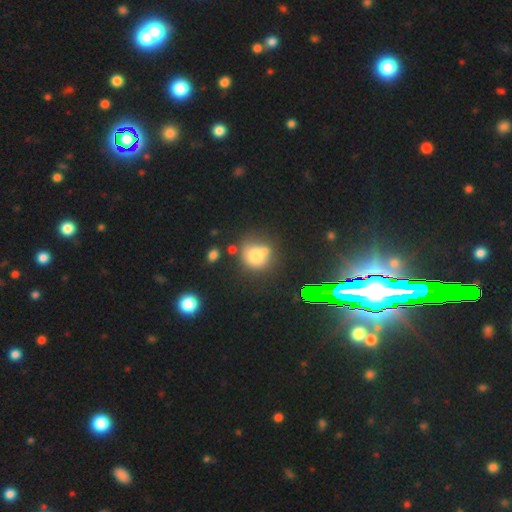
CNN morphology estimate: This appears to be a smooth galaxy with no disk features (70%) that is round (81%). Merging: none (49%).